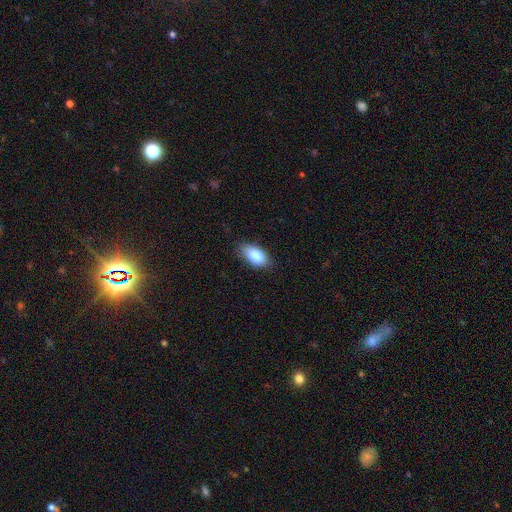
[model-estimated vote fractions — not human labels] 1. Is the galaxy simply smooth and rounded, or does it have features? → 87% smooth, 7% star or artifact, 7% featured or disk.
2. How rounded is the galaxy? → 92% in between, 5% cigar-shaped, 3% round.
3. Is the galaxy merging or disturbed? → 78% none, 18% minor disturbance, 3% major disturbance, 1% merger.